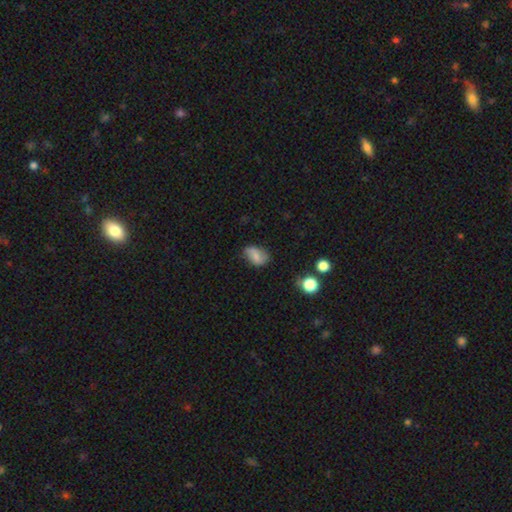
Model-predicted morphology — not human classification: Q: Smooth or featured?
A: smooth (65%); runner-up: featured or disk (25%)
Q: How rounded?
A: in between (82%); runner-up: round (17%)
Q: Merging?
A: none (61%); runner-up: minor disturbance (29%)